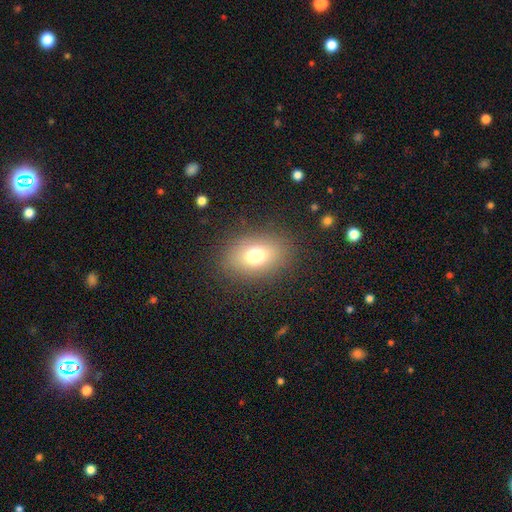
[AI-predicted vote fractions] A smooth galaxy with no disk features (72%) that is in between round and cigar-shaped (71%).

Vote fractions:
- Smooth or featured? smooth: 72% / featured or disk: 14% / star or artifact: 13%
- How rounded? in between: 71% / round: 27% / cigar-shaped: 1%
- Merging? none: 84% / minor disturbance: 10% / major disturbance: 5% / merger: 1%